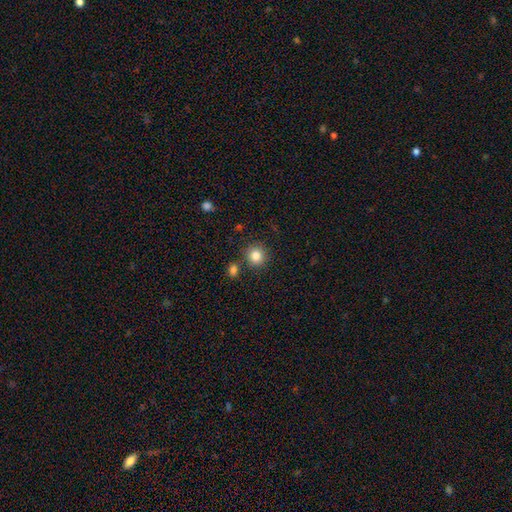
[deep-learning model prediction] smooth-or-featured: smooth: 83% | star or artifact: 11% | featured or disk: 6%
  how-rounded: round: 91% | in between: 8% | cigar-shaped: 1%
  merging: none: 82% | minor disturbance: 8% | merger: 7% | major disturbance: 3%